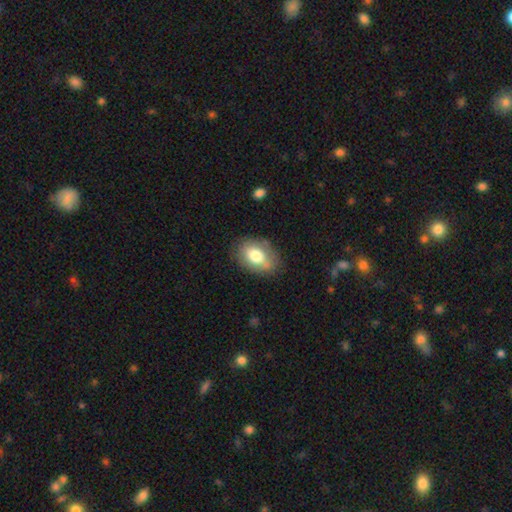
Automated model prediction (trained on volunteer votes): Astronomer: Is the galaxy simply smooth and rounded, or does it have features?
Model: smooth — 73%.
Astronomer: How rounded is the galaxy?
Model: in between — 82%.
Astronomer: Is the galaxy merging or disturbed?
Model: none — 72%.